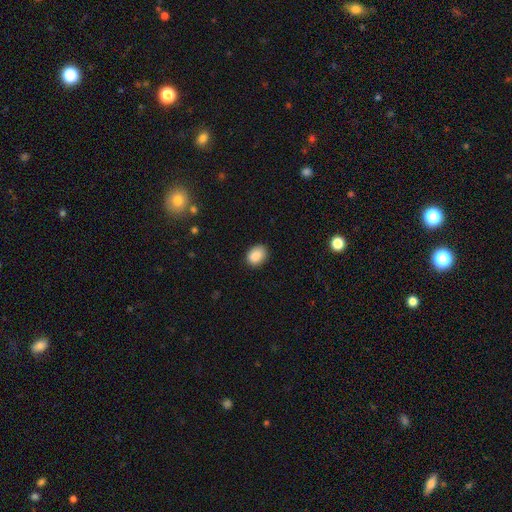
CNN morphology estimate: Smooth or featured? smooth (88%)
How rounded? in between (64%)
Merging? none (86%)